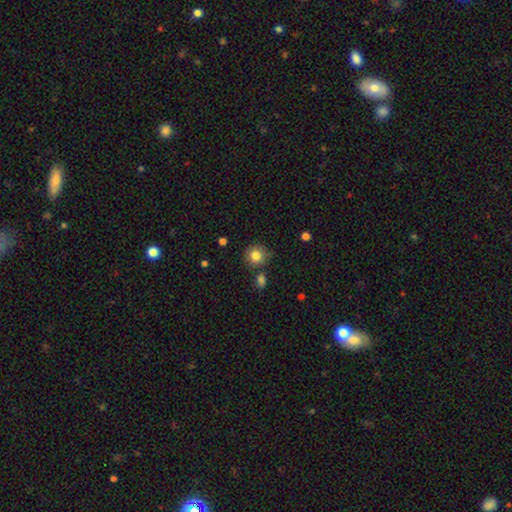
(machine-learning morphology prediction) Q: Smooth or featured?
A: smooth (82%); runner-up: star or artifact (10%)
Q: How rounded?
A: round (90%); runner-up: in between (9%)
Q: Merging?
A: none (79%); runner-up: minor disturbance (12%)